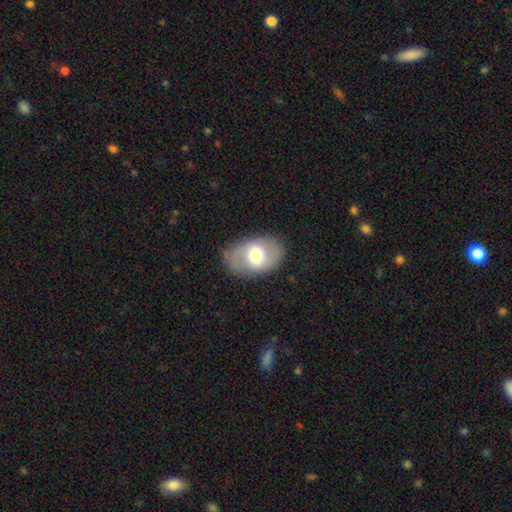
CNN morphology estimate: Smooth or featured: smooth — 56% (featured or disk — 37%)
How rounded: in between — 85% (round — 13%)
Merging: none — 79% (minor disturbance — 15%)